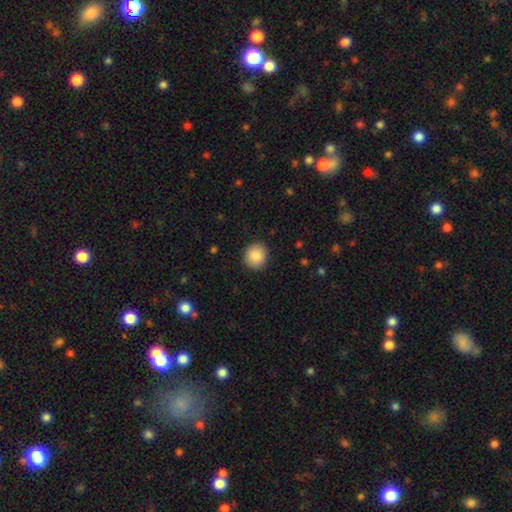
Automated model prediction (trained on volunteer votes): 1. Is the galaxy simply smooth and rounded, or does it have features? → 88% smooth, 8% star or artifact, 4% featured or disk.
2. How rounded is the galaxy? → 86% round, 13% in between, 1% cigar-shaped.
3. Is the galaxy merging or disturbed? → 91% none, 6% minor disturbance, 2% major disturbance, 1% merger.